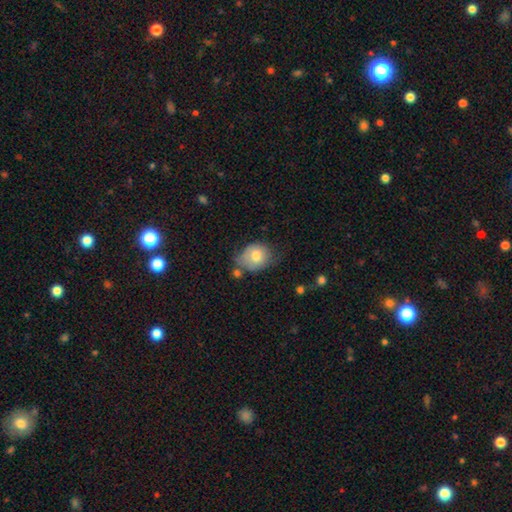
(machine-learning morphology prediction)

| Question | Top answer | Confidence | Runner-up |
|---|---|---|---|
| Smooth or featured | smooth | 75% | featured or disk (17%) |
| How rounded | round | 54% | in between (45%) |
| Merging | none | 43% | minor disturbance (35%) |